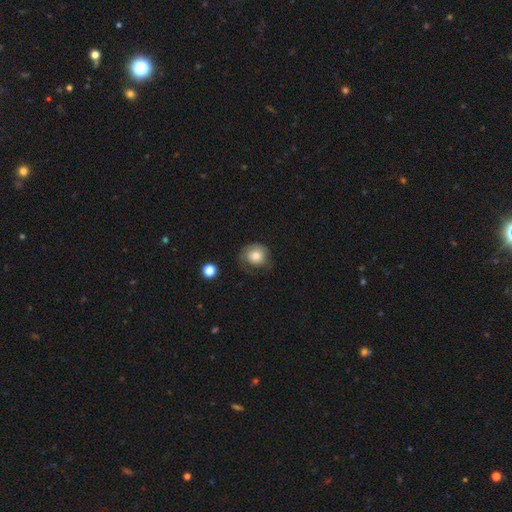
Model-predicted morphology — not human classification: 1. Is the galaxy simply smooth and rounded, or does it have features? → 75% smooth, 17% featured or disk, 8% star or artifact.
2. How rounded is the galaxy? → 79% round, 20% in between, 1% cigar-shaped.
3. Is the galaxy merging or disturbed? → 54% none, 29% minor disturbance, 15% major disturbance, 2% merger.